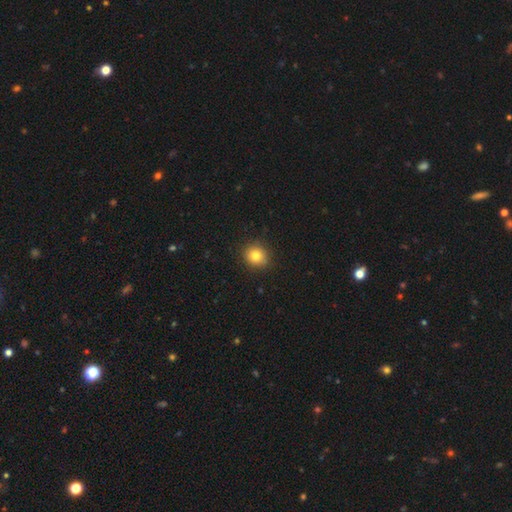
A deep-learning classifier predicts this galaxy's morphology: Overall: smooth (82%). How rounded: round (83%). Merging: none (89%).